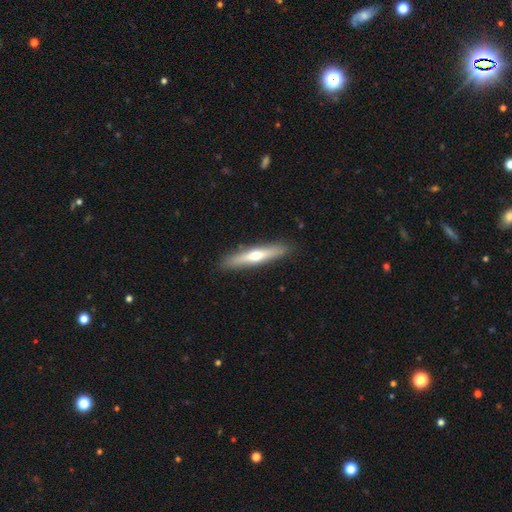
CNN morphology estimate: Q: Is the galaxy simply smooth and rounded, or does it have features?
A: featured or disk — 48%.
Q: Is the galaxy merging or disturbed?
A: none — 90%.